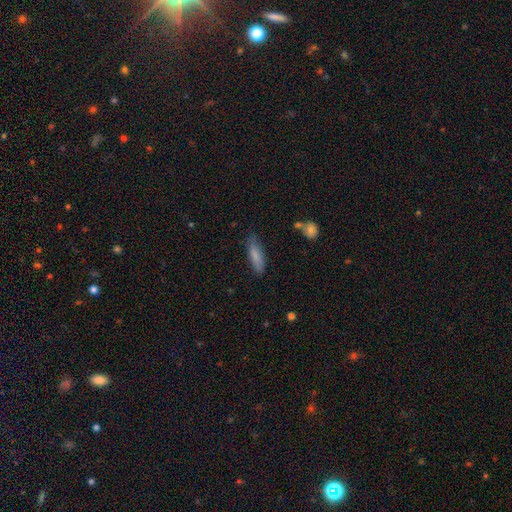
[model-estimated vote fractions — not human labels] Smooth or featured? smooth (81%)
How rounded? cigar-shaped (56%)
Merging? none (74%)